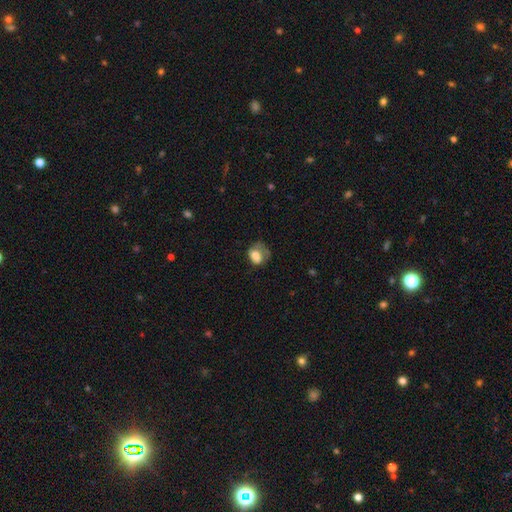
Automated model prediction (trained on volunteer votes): smooth-or-featured: smooth: 71% | featured or disk: 20% | star or artifact: 9%
  how-rounded: in between: 63% | round: 36% | cigar-shaped: 1%
  merging: major disturbance: 37% | none: 30% | minor disturbance: 30% | merger: 3%